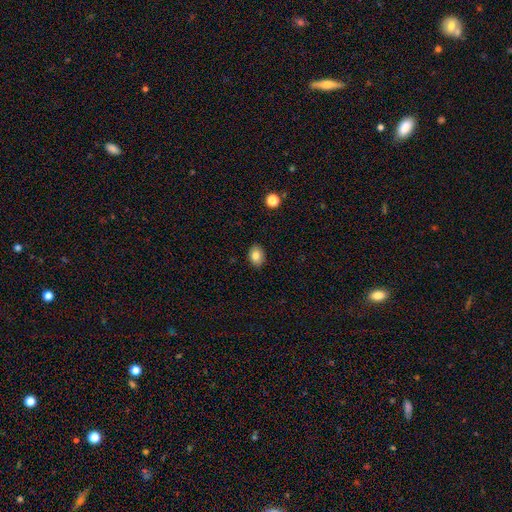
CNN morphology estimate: Smooth or featured? Predicted: smooth (p=0.81). How rounded? Predicted: in between (p=0.68). Merging? Predicted: none (p=0.88).